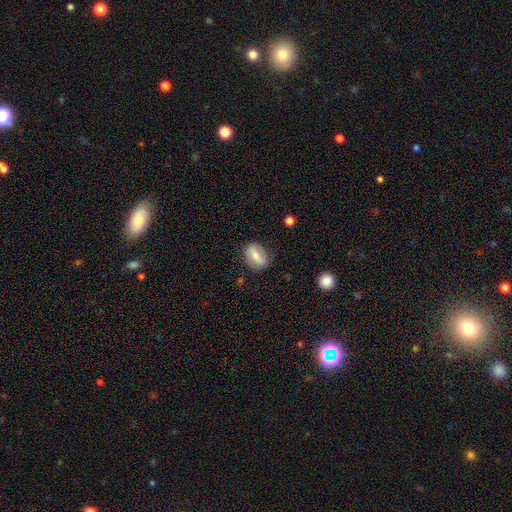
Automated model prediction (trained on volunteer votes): Smooth or featured?
  - smooth: 55% *
  - featured or disk: 38%
  - star or artifact: 7%
How rounded?
  - in between: 74% *
  - round: 23%
  - cigar-shaped: 3%
Merging?
  - none: 77% *
  - minor disturbance: 17%
  - major disturbance: 5%
  - merger: 1%